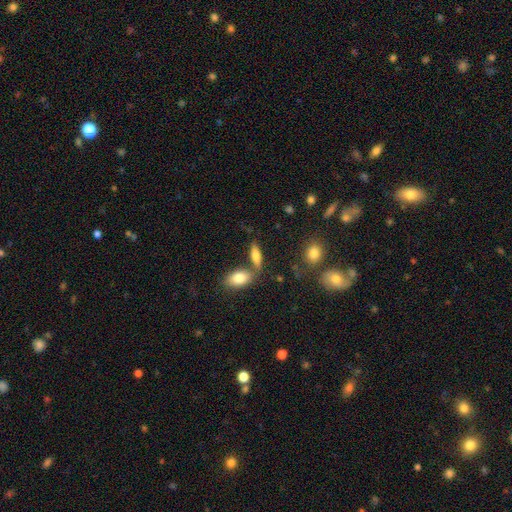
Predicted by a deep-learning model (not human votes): The model was most divided on "how rounded": in between: 60%, cigar-shaped: 36%, round: 4%. More confident: smooth or featured — smooth (69%); merging — none (60%).